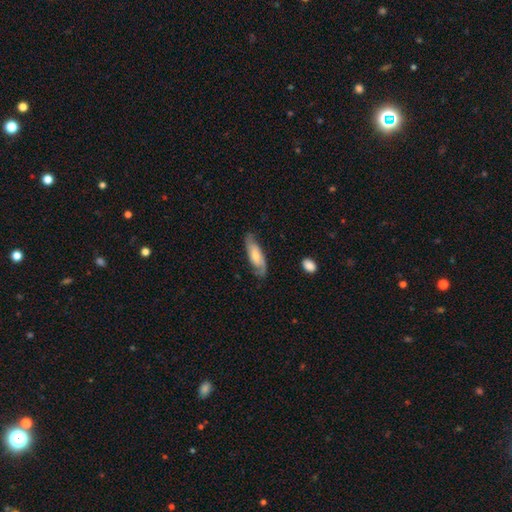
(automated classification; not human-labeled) Smooth or featured? Predicted: featured or disk (p=0.58). Edge-on disk? Predicted: no (p=0.81). Merging? Predicted: none (p=0.74).